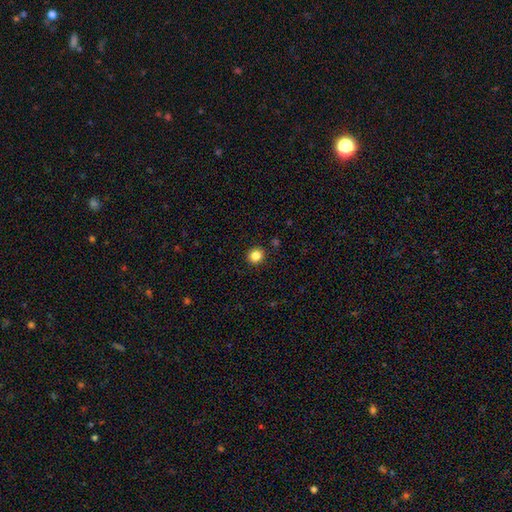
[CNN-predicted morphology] Q: Smooth or featured?
A: smooth (84%); runner-up: star or artifact (11%)
Q: How rounded?
A: round (87%); runner-up: in between (12%)
Q: Merging?
A: none (91%); runner-up: minor disturbance (6%)